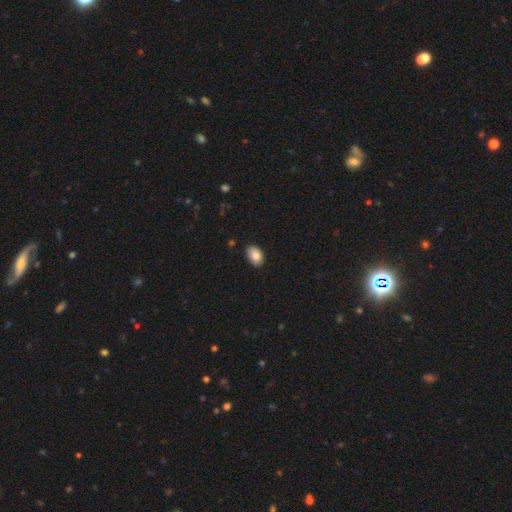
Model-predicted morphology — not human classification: This is clearly a smooth galaxy (81%). How rounded: clearly in between (85%). Merging: clearly none (83%).